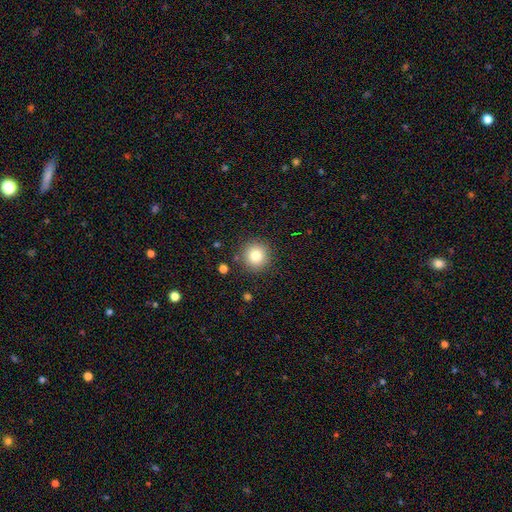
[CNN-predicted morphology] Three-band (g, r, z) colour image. It shows a smooth galaxy with no disk features (80%) that is round (94%). Merging: none (88%).